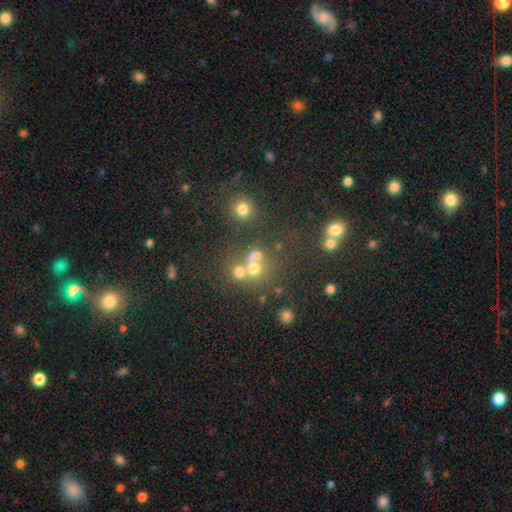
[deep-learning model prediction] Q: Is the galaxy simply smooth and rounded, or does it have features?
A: smooth — 62%.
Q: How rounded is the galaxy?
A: round — 82%.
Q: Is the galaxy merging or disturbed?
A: none — 51%.